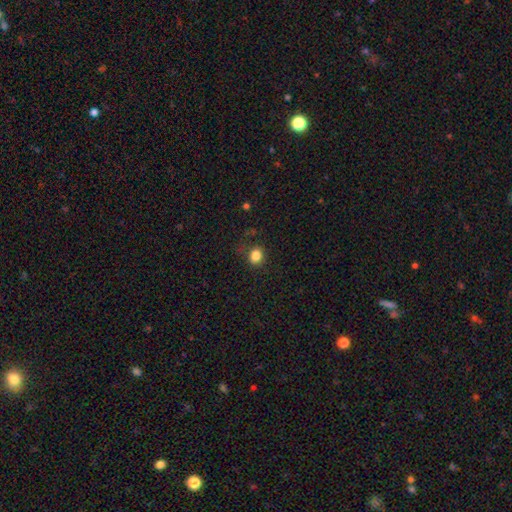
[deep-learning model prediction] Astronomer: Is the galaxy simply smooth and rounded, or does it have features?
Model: smooth — 84%.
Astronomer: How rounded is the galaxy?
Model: round — 54% (runner-up: in between, 45%).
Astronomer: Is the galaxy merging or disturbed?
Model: none — 79%.